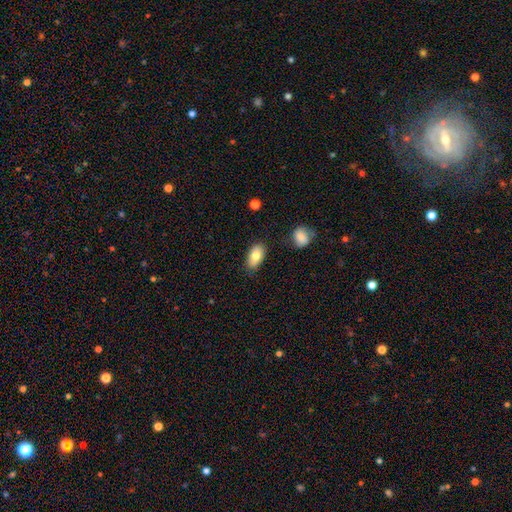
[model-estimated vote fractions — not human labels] Smooth or featured? smooth (80%)
How rounded? in between (91%)
Merging? none (78%)